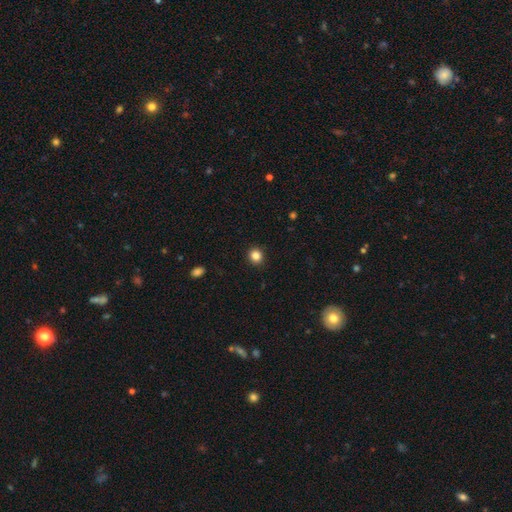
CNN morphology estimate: Smooth or featured: smooth — 85% (star or artifact — 11%)
How rounded: round — 87% (in between — 13%)
Merging: none — 92% (minor disturbance — 5%)